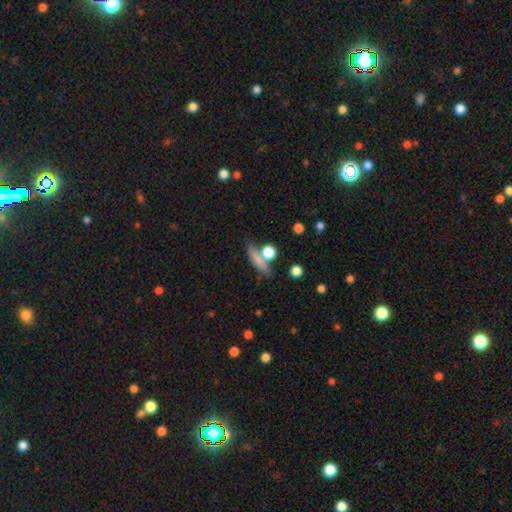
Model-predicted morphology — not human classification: Smooth or featured?
  - smooth: 64% *
  - featured or disk: 23%
  - star or artifact: 13%
How rounded?
  - cigar-shaped: 67% *
  - in between: 19%
  - round: 15%
Merging?
  - none: 68% *
  - minor disturbance: 13%
  - merger: 13%
  - major disturbance: 6%